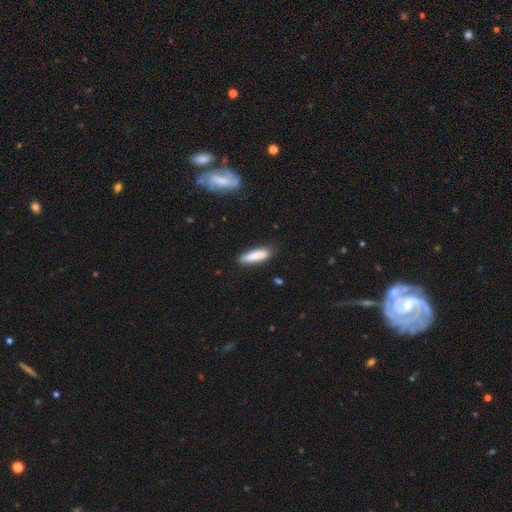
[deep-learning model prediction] The model was most divided on "how rounded": cigar-shaped: 60%, in between: 39%, round: 1%. More confident: smooth or featured — smooth (84%); merging — none (81%).